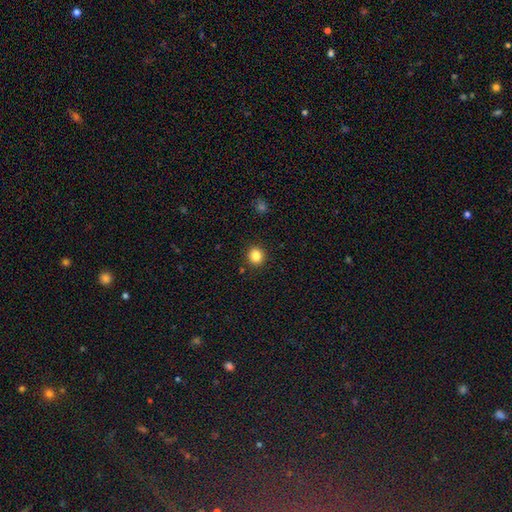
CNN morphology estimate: type=smooth (85%); roundness=round (85%); merging=none (91%).